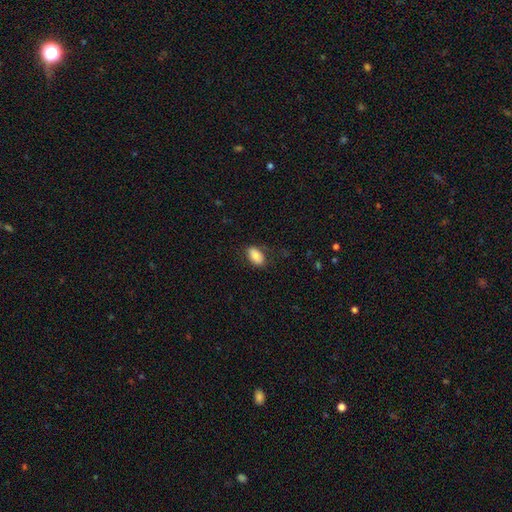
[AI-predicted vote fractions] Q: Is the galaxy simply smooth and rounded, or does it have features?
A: smooth — 85%.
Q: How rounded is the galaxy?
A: in between — 92%.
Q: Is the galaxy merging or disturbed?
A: none — 79%.